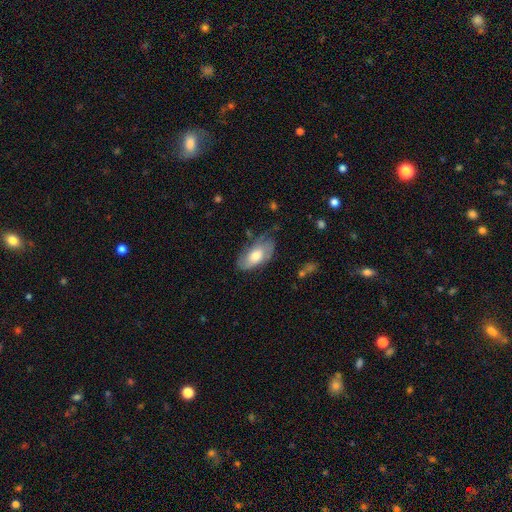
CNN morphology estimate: Smooth or featured: smooth — 60% (featured or disk — 34%)
How rounded: in between — 92% (cigar-shaped — 5%)
Merging: none — 55% (minor disturbance — 32%)